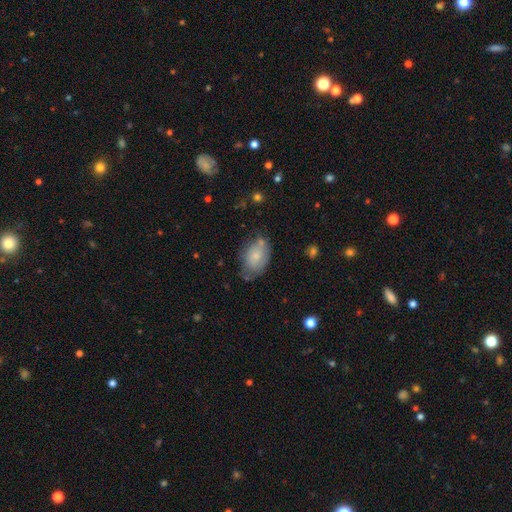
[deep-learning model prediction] smooth_or_featured: smooth (p=0.69) [alt: featured or disk p=0.24]
how_rounded: in between (p=0.87) [alt: round p=0.11]
merging: none (p=0.57) [alt: minor disturbance p=0.28]